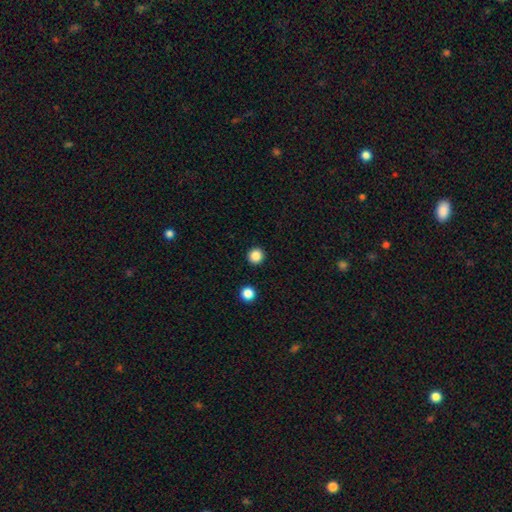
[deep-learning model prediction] A smooth galaxy with no disk features (86%) that is round (95%).

Vote fractions:
- Smooth or featured? smooth: 86% / star or artifact: 11% / featured or disk: 3%
- How rounded? round: 95% / in between: 4% / cigar-shaped: 1%
- Merging? none: 93% / minor disturbance: 4% / major disturbance: 2% / merger: 1%